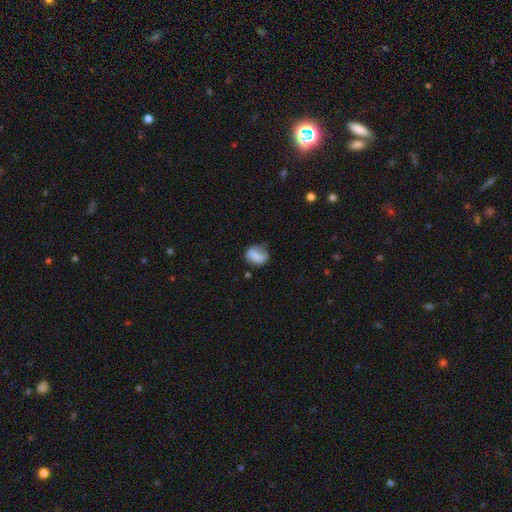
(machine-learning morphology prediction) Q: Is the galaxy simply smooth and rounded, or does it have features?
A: smooth — 68%.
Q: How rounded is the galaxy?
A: round — 52%.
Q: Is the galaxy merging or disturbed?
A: none — 54%.